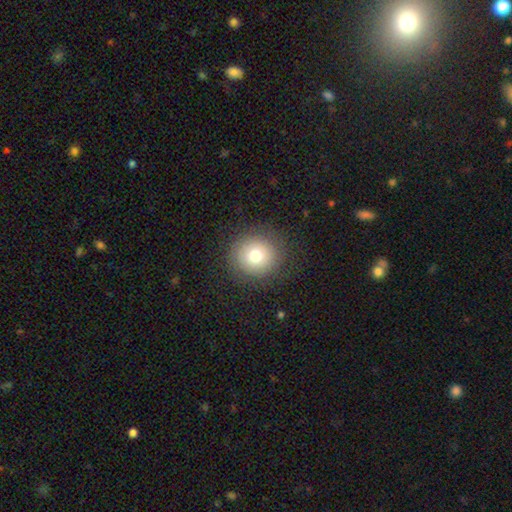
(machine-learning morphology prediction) A smooth galaxy with no disk features (74%) that is round (92%). Merging: none (87%).